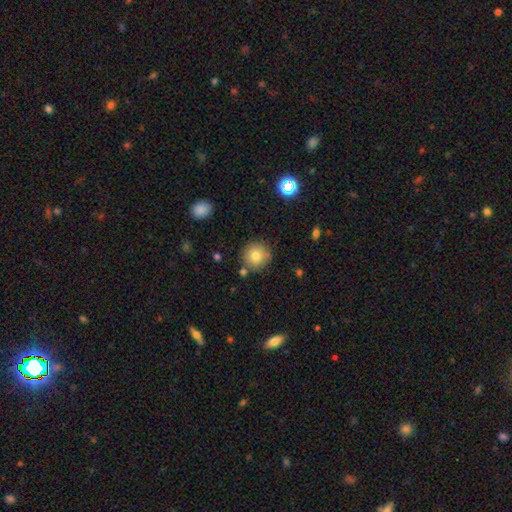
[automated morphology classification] The model was most divided on "smooth or featured": smooth: 78%, featured or disk: 11%, star or artifact: 11%. More confident: how rounded — round (94%); merging — none (79%).